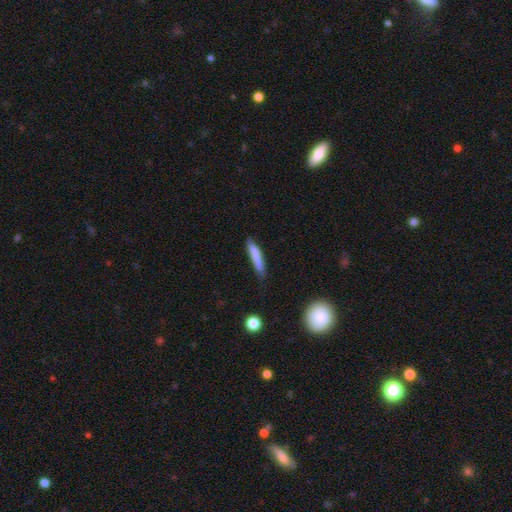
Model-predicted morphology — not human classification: Overall: smooth (79%). How rounded: cigar-shaped (90%). Merging: none (70%).